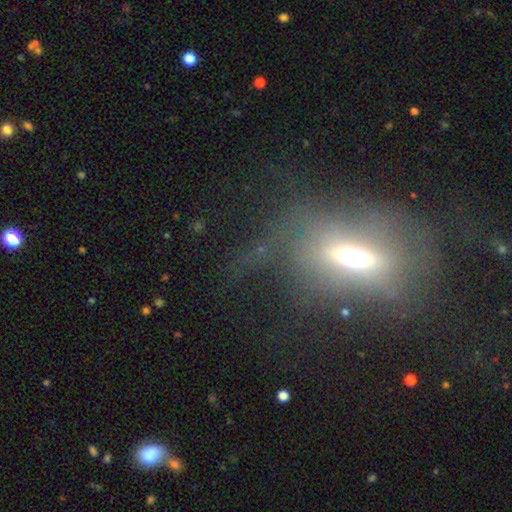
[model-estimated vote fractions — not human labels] Smooth or featured? Predicted: featured or disk (p=0.46). Merging? Predicted: none (p=0.48).